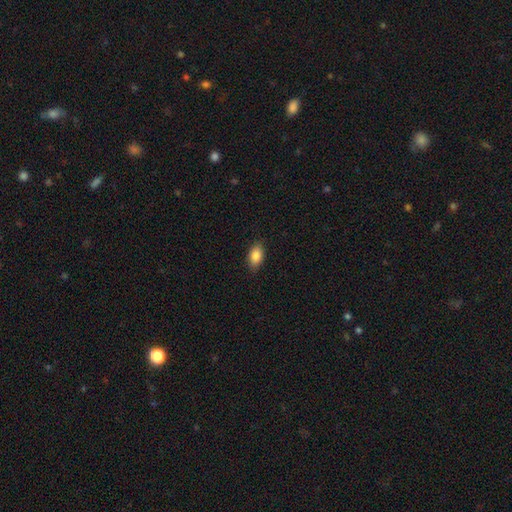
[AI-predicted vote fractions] Smooth or featured?
  - smooth: 85% *
  - featured or disk: 8%
  - star or artifact: 7%
How rounded?
  - in between: 90% *
  - round: 7%
  - cigar-shaped: 4%
Merging?
  - none: 85% *
  - minor disturbance: 11%
  - major disturbance: 2%
  - merger: 1%